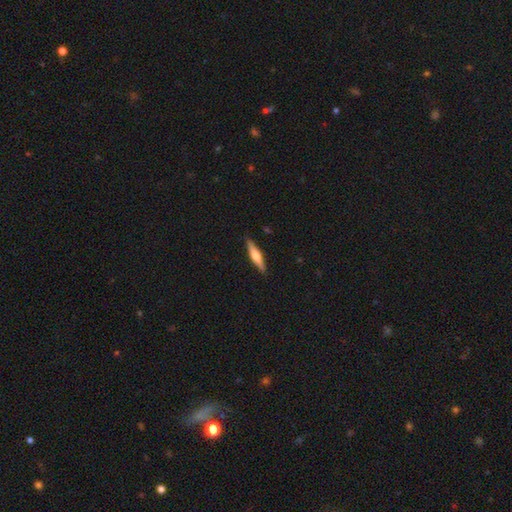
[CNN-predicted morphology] Q: Smooth or featured?
A: featured or disk (57%); runner-up: smooth (37%)
Q: Edge-on disk?
A: yes (96%); runner-up: no (4%)
Q: Edge-on bulge?
A: rounded (89%); runner-up: boxy (7%)
Q: Merging?
A: none (89%); runner-up: minor disturbance (8%)